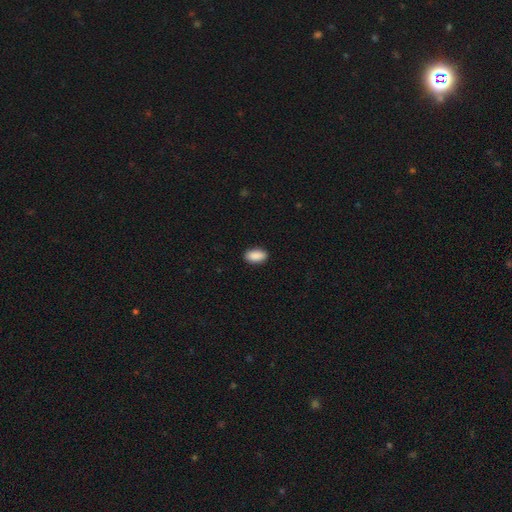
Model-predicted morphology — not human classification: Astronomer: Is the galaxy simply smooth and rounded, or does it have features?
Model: smooth — 90%.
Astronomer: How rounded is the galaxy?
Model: in between — 93%.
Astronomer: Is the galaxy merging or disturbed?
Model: none — 89%.